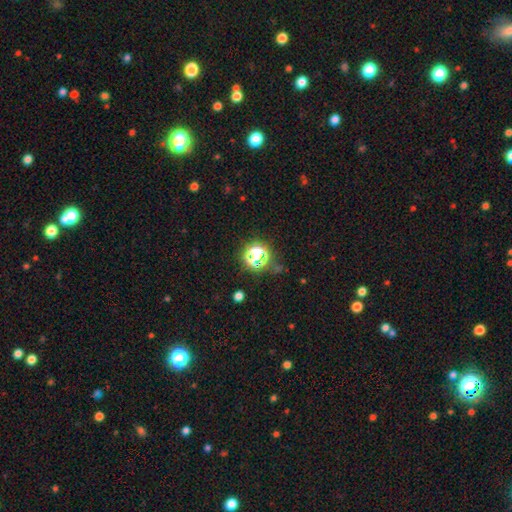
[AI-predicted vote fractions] This appears to be a star or artifact, not a galaxy (59%).